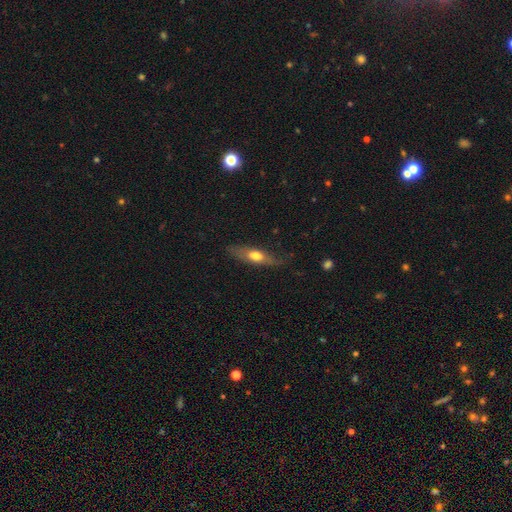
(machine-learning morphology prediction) type=smooth (57%); roundness=in between (51%); merging=none (67%).